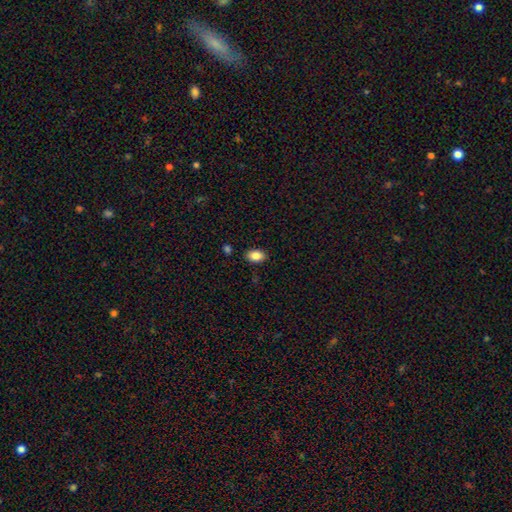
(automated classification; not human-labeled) smooth 86%, star or artifact 8%, featured or disk 6%. Down the decision tree: how rounded — in between (87%); merging — none (86%).